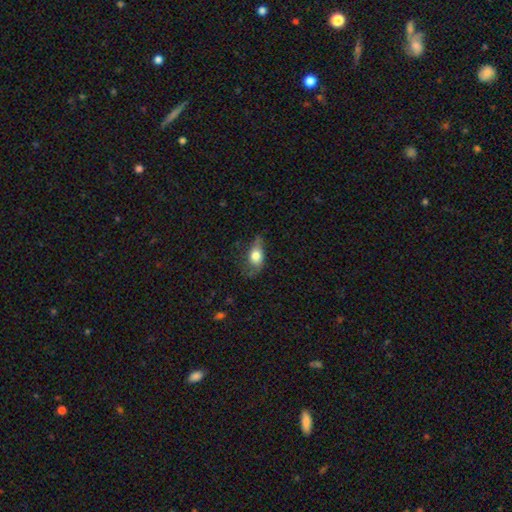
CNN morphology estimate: A smooth galaxy with no disk features (63%) that is in between round and cigar-shaped (79%).

Vote fractions:
- Smooth or featured? smooth: 63% / featured or disk: 30% / star or artifact: 8%
- How rounded? in between: 79% / round: 14% / cigar-shaped: 7%
- Merging? none: 44% / minor disturbance: 33% / major disturbance: 21% / merger: 2%